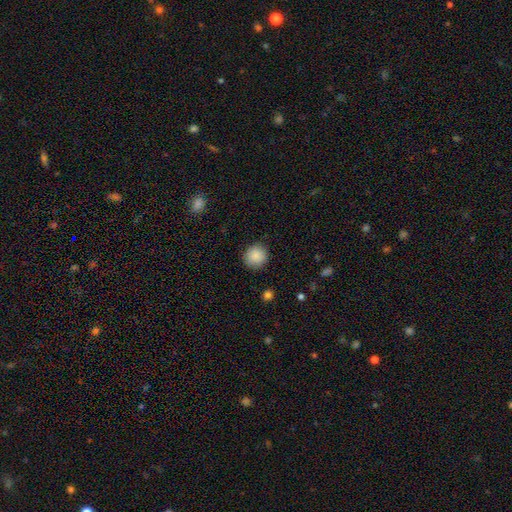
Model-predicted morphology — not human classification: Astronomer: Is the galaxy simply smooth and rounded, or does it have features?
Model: smooth — 88%.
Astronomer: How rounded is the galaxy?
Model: round — 91%.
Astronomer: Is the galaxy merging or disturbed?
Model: none — 89%.